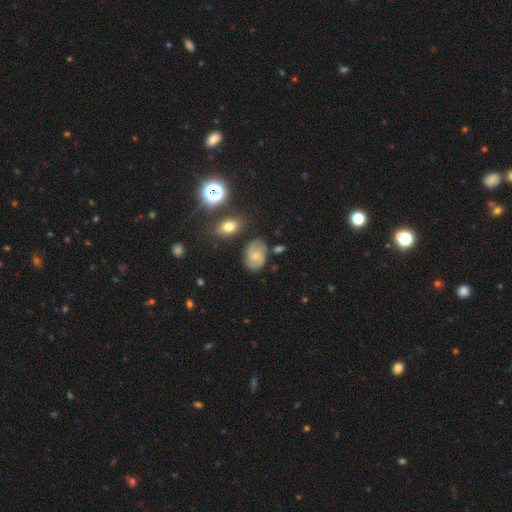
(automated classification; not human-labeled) Morphology: type=featured or disk (49%); merging=none (72%).